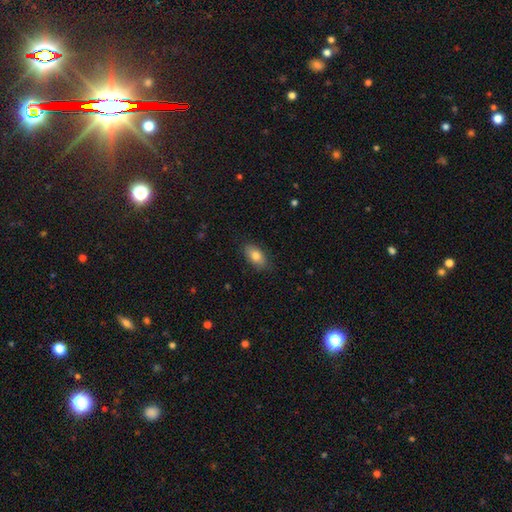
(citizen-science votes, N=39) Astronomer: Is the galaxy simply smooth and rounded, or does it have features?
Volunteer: smooth — 79%.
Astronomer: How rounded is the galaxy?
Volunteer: in between — 90%.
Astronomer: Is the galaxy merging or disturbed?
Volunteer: none — 94%.